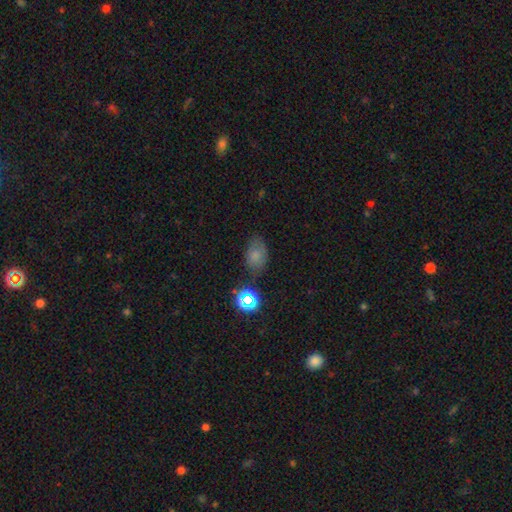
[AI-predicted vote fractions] Smooth or featured? smooth (72%)
How rounded? in between (77%)
Merging? none (67%)